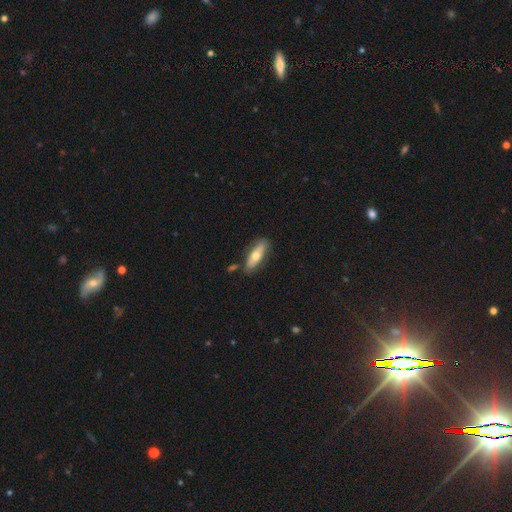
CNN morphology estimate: Smooth or featured: smooth — 56% (featured or disk — 39%)
How rounded: in between — 61% (cigar-shaped — 37%)
Merging: none — 74% (minor disturbance — 16%)